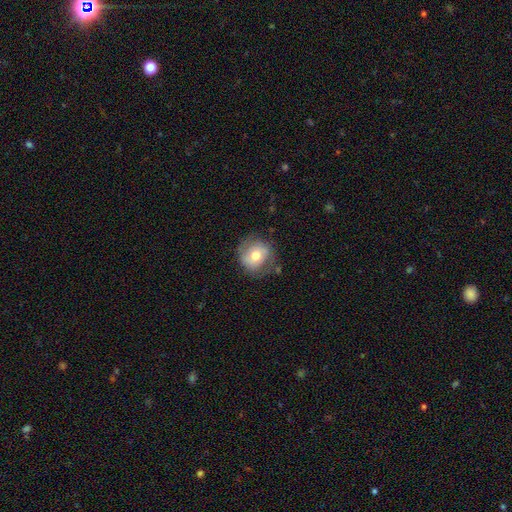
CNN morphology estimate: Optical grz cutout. It shows a smooth galaxy with no disk features (61%) that is round (81%). Merging: none (67%).